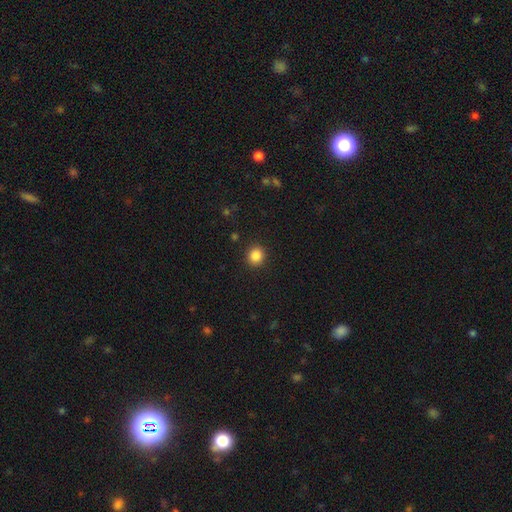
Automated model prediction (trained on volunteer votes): smooth_or_featured: smooth (p=0.86) [alt: star or artifact p=0.10]
how_rounded: round (p=0.88) [alt: in between p=0.11]
merging: none (p=0.91) [alt: minor disturbance p=0.05]